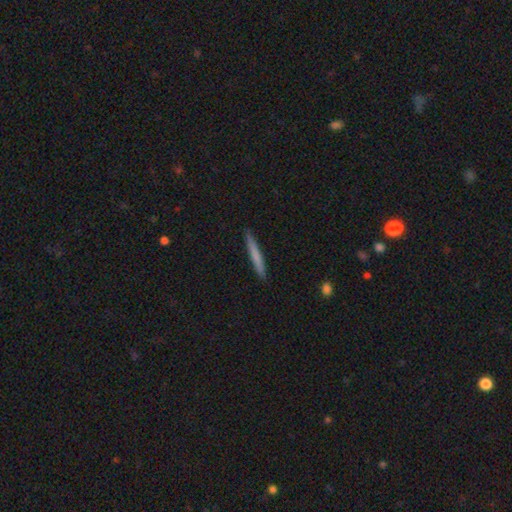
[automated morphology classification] Smooth or featured? smooth (71%)
How rounded? cigar-shaped (96%)
Merging? none (91%)